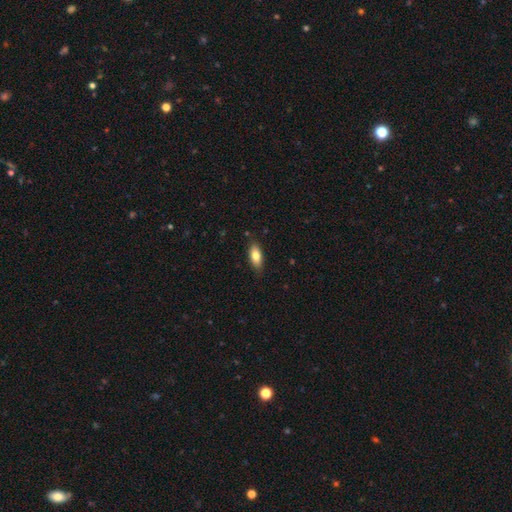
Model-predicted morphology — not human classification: Smooth or featured: smooth — 80% (featured or disk — 13%)
How rounded: in between — 85% (cigar-shaped — 12%)
Merging: none — 84% (minor disturbance — 12%)